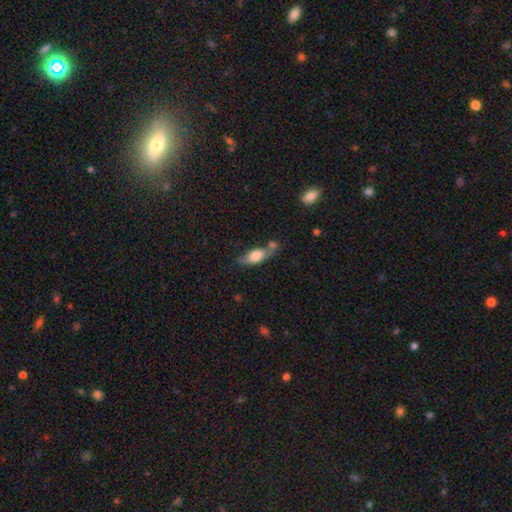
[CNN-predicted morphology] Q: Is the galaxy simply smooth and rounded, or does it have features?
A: smooth — 67%.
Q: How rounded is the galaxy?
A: in between — 71%.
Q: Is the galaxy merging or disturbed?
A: none — 44%.